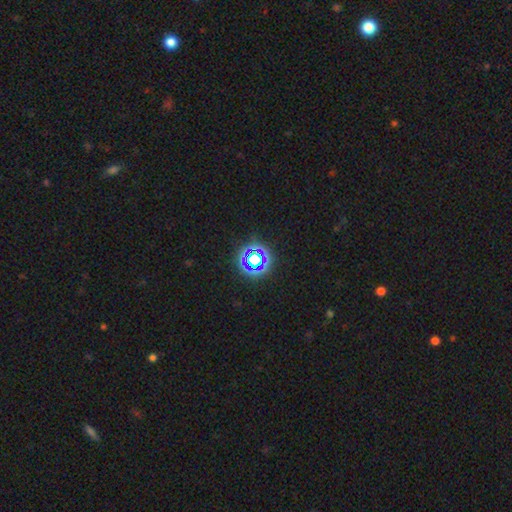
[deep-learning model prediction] This is likely a star or artifact rather than a galaxy (63%).